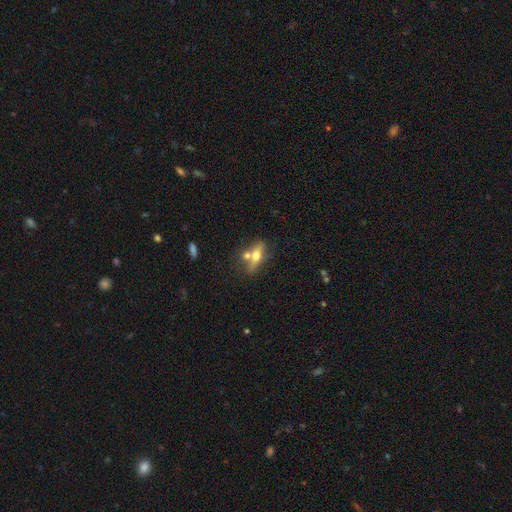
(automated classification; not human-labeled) The model was most divided on "smooth or featured": smooth: 47%, featured or disk: 45%, star or artifact: 8%. Remaining: merging — none (50%).